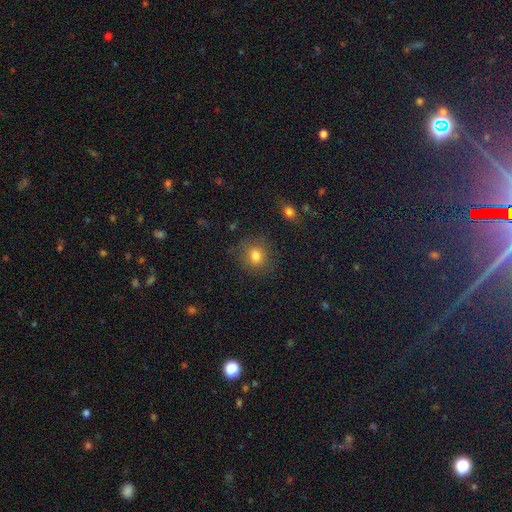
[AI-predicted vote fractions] smooth-or-featured: smooth: 79% | star or artifact: 13% | featured or disk: 9%
  how-rounded: round: 74% | in between: 25% | cigar-shaped: 1%
  merging: none: 80% | minor disturbance: 13% | major disturbance: 4% | merger: 2%